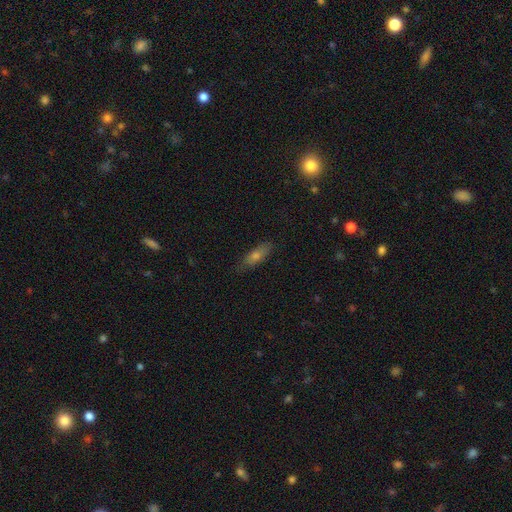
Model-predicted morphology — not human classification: Smooth or featured?
  - smooth: 63% *
  - featured or disk: 27%
  - star or artifact: 10%
How rounded?
  - cigar-shaped: 49% *
  - in between: 48%
  - round: 3%
Merging?
  - none: 81% *
  - minor disturbance: 15%
  - major disturbance: 3%
  - merger: 1%